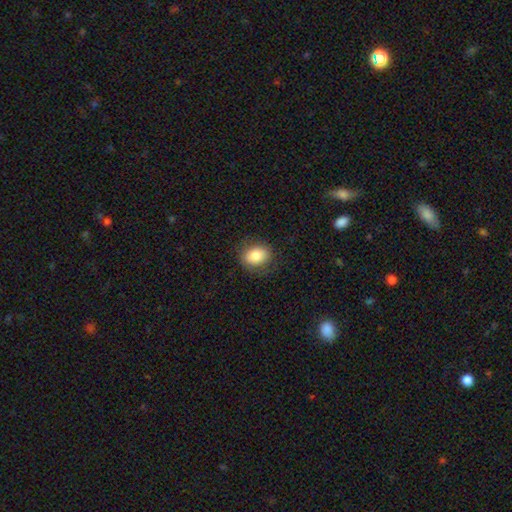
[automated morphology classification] smooth_or_featured: smooth (p=0.83) [alt: featured or disk p=0.09]
how_rounded: in between (p=0.59) [alt: round p=0.40]
merging: none (p=0.82) [alt: minor disturbance p=0.13]